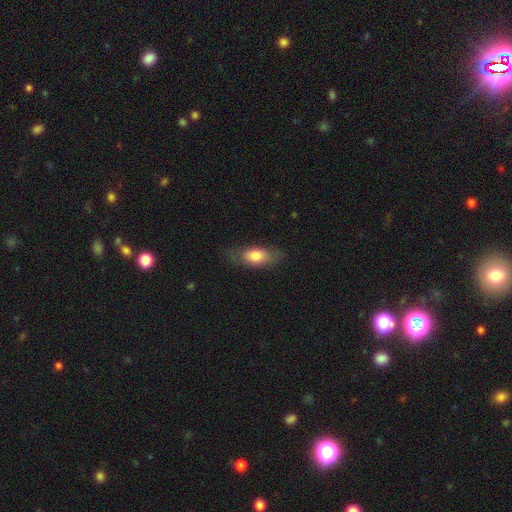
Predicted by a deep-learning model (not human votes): This appears to be a smooth galaxy with no disk features (75%) that is in between round and cigar-shaped (80%). Merging: none (75%).